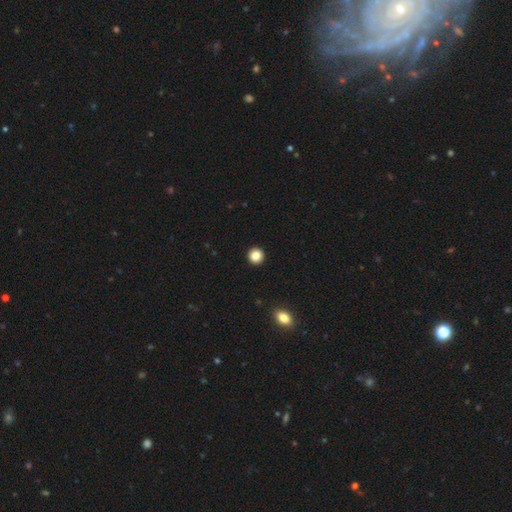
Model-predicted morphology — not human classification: Q: Smooth or featured?
A: smooth (85%); runner-up: star or artifact (10%)
Q: How rounded?
A: round (94%); runner-up: in between (5%)
Q: Merging?
A: none (94%); runner-up: minor disturbance (4%)